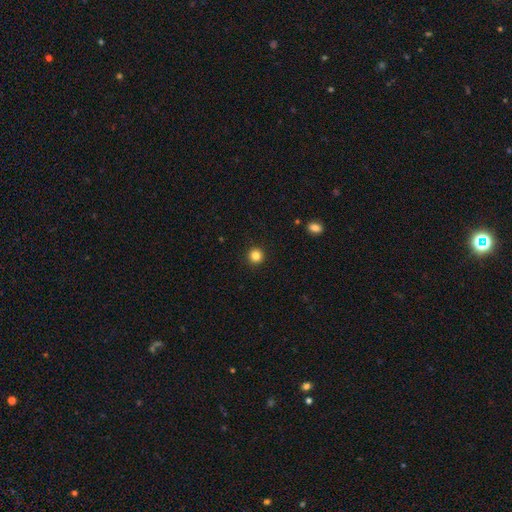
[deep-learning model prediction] smooth 84%, star or artifact 12%, featured or disk 4%. Down the decision tree: how rounded — round (95%); merging — none (93%).